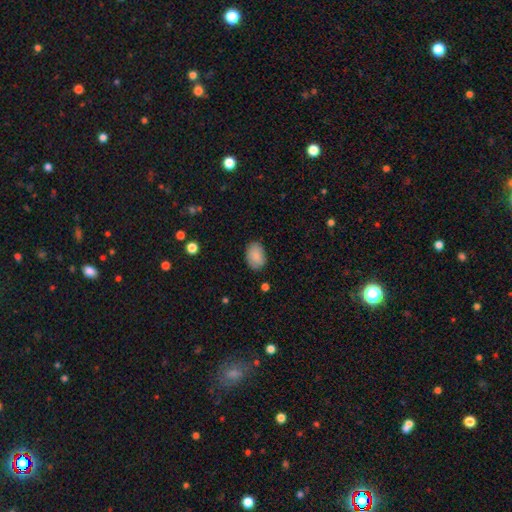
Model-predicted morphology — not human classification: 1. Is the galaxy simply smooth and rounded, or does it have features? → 85% smooth, 8% featured or disk, 7% star or artifact.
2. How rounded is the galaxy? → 84% in between, 15% round, 1% cigar-shaped.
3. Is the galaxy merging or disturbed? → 82% none, 14% minor disturbance, 3% major disturbance, 1% merger.